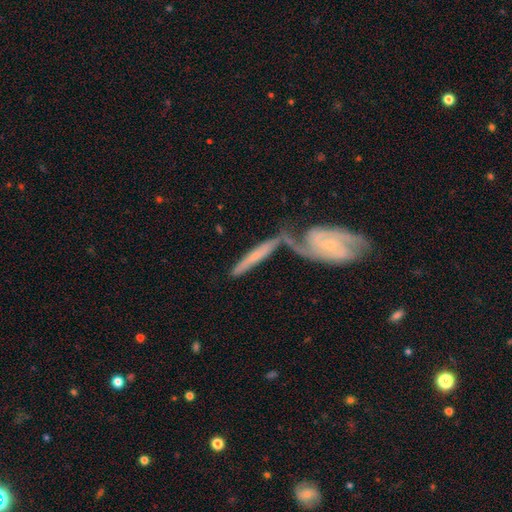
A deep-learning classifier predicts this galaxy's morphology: Smooth or featured? Predicted: featured or disk (p=0.64). Edge-on disk? Predicted: yes (p=0.55). Merging? Predicted: merger (p=0.45).